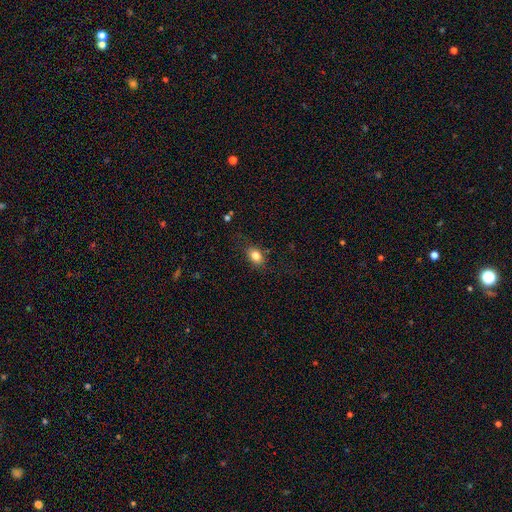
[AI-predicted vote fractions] Smooth or featured: smooth — 82% (star or artifact — 10%)
How rounded: in between — 72% (round — 27%)
Merging: none — 80% (minor disturbance — 14%)